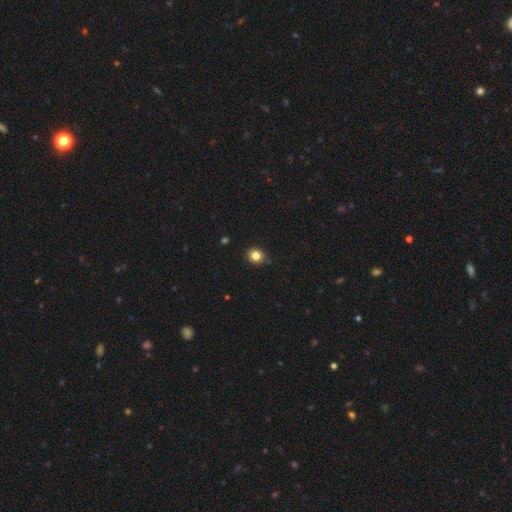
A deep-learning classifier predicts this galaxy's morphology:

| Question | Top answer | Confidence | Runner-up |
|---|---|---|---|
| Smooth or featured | smooth | 83% | star or artifact (11%) |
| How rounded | round | 77% | in between (22%) |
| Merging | none | 88% | minor disturbance (9%) |